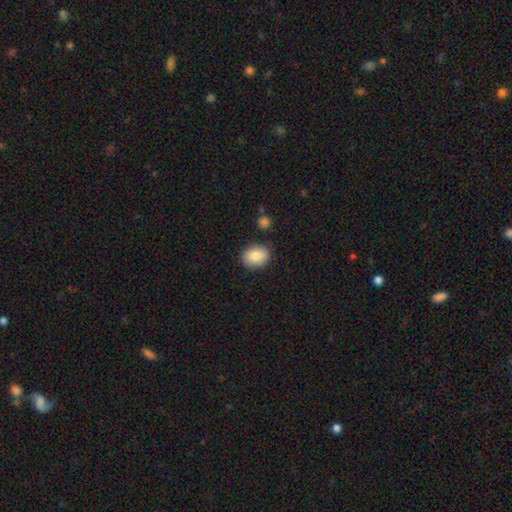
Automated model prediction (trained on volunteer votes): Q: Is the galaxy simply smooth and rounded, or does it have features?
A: smooth — 84%.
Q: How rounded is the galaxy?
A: in between — 58%.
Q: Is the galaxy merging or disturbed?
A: none — 84%.